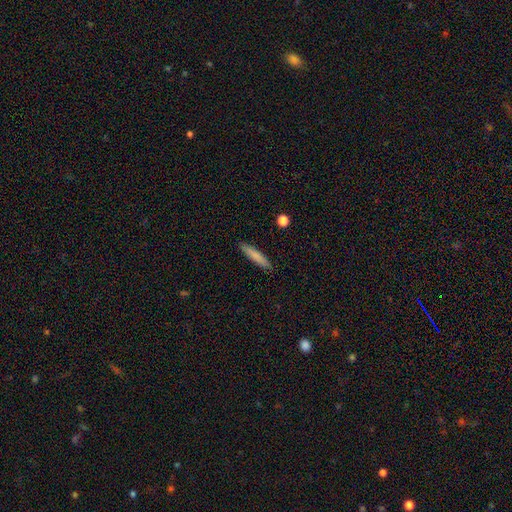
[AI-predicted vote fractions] smooth-or-featured: smooth: 79% | featured or disk: 15% | star or artifact: 6%
  how-rounded: cigar-shaped: 91% | in between: 8% | round: 1%
  merging: none: 90% | minor disturbance: 7% | major disturbance: 2% | merger: 1%